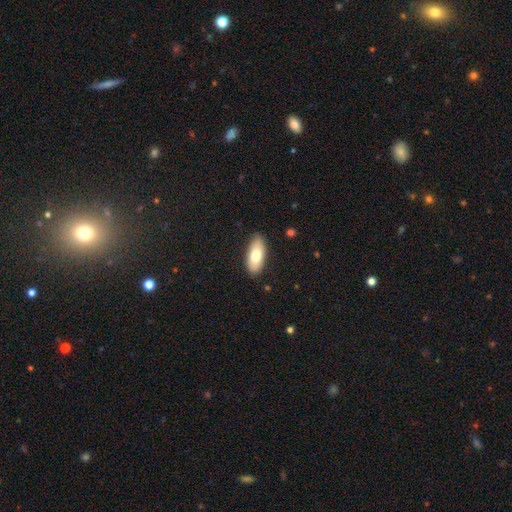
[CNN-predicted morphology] type=smooth (76%); roundness=in between (86%); merging=none (86%).